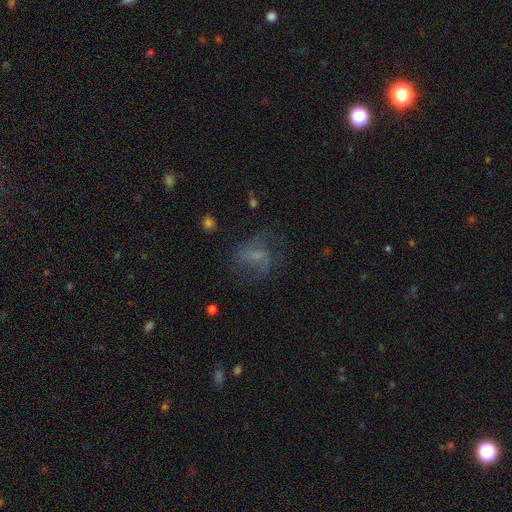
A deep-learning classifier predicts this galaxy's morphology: type=featured or disk (49%); merging=none (51%).